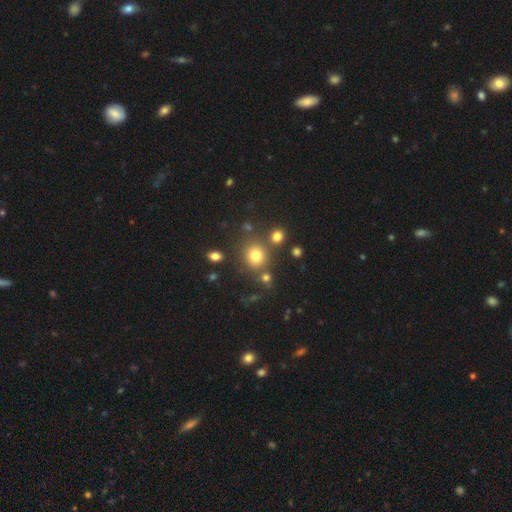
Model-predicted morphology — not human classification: This is likely a smooth galaxy (76%). How rounded: clearly round (85%). Merging: likely none (75%).